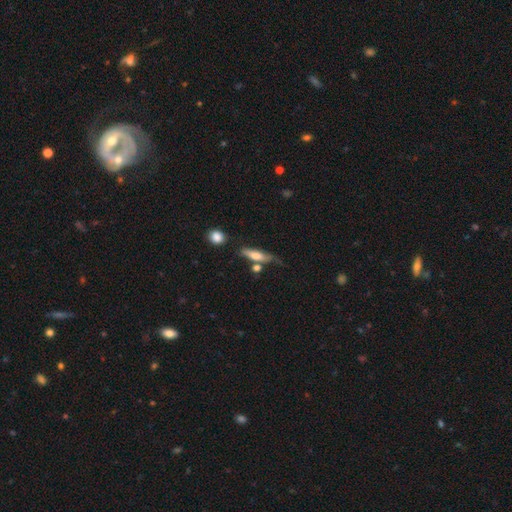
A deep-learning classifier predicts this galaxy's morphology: A smooth galaxy with no disk features (61%) that is cigar-shaped (64%).

Vote fractions:
- Smooth or featured? smooth: 61% / featured or disk: 32% / star or artifact: 7%
- How rounded? cigar-shaped: 64% / in between: 33% / round: 3%
- Merging? none: 53% / minor disturbance: 24% / merger: 14% / major disturbance: 10%